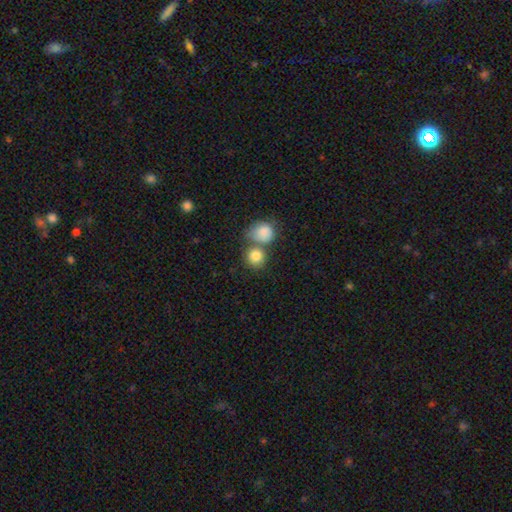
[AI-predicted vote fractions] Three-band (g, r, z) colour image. It shows a smooth galaxy with no disk features (84%) that is round (85%). Merging: none (50%).